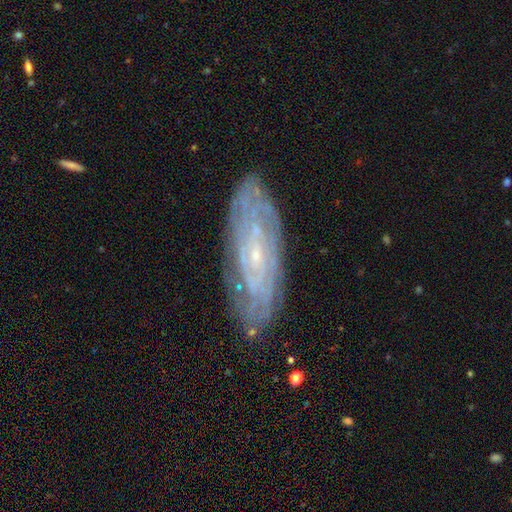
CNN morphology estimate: type=featured or disk (79%); edge-on=no (85%); bar=no (55%); spiral arms=yes (90%); winding=tight (78%); arm count=can't tell (52%); bulge=small (86%); merging=none (84%).